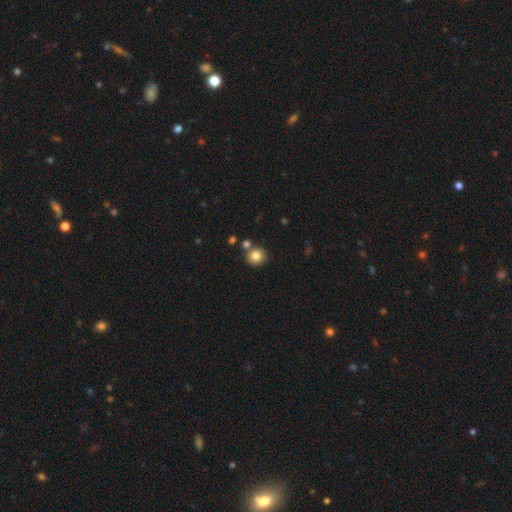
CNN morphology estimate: This appears to be a smooth galaxy with no disk features (82%) that is round (87%). Merging: none (74%).